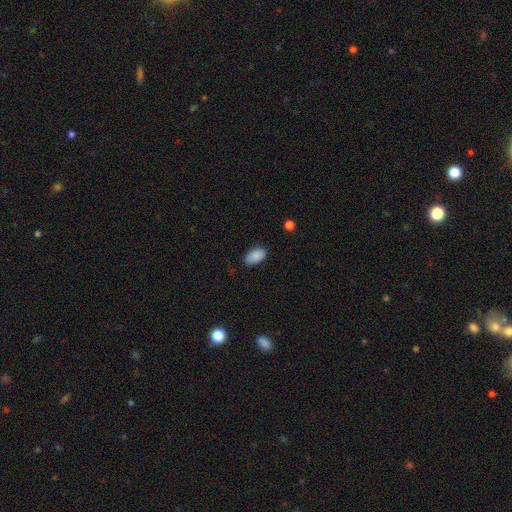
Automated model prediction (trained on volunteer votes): Overall: smooth (88%). How rounded: in between (94%). Merging: none (84%).